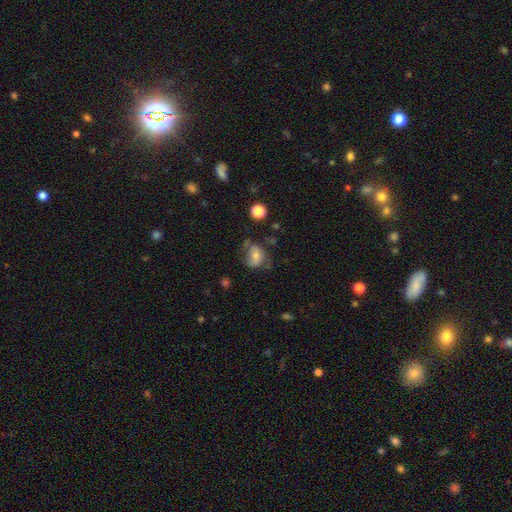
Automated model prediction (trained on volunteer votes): Smooth or featured? Predicted: smooth (p=0.50). How rounded? Predicted: in between (p=0.56). Merging? Predicted: none (p=0.44).